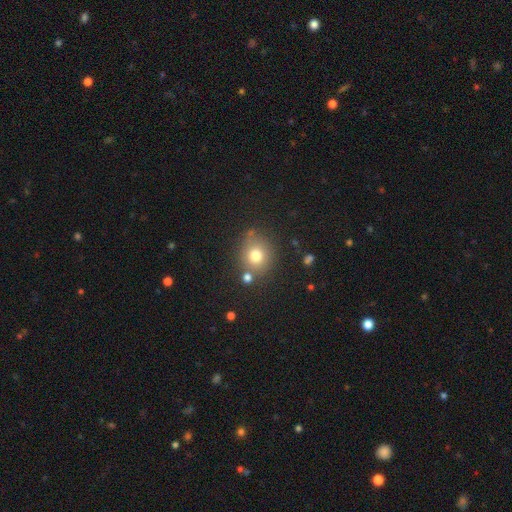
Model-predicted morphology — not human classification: The model was most divided on "how rounded": round: 79%, in between: 20%, cigar-shaped: 1%. More confident: smooth or featured — smooth (75%); merging — none (74%).